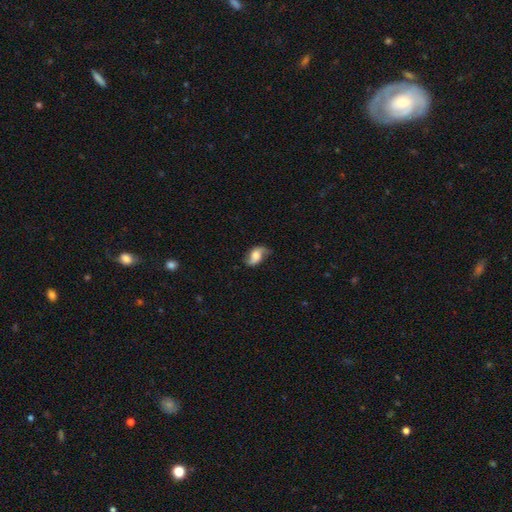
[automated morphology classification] featured or disk 62%, smooth 30%, star or artifact 8%. Down the decision tree: edge-on disk — no (95%); bar — no (55%); spiral arms — yes (92%); spiral arm count — 2 (89%); spiral winding — loose (68%); bulge size — large (34%); merging — none (69%).